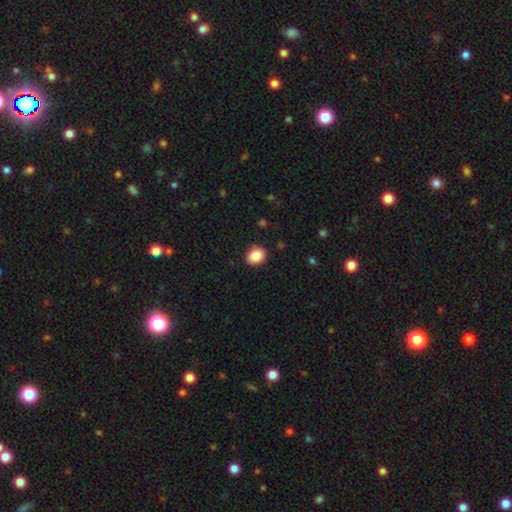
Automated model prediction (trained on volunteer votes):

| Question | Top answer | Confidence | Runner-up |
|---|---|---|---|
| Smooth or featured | smooth | 87% | star or artifact (9%) |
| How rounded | in between | 50% | round (49%) |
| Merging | none | 88% | minor disturbance (9%) |